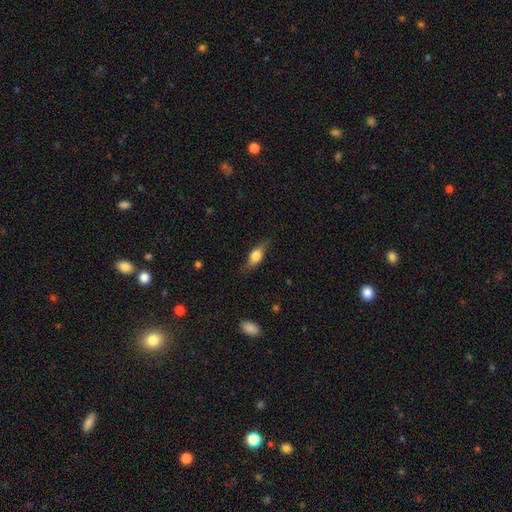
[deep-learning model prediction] Smooth or featured? Predicted: smooth (p=0.52). How rounded? Predicted: in between (p=0.64). Merging? Predicted: none (p=0.77).